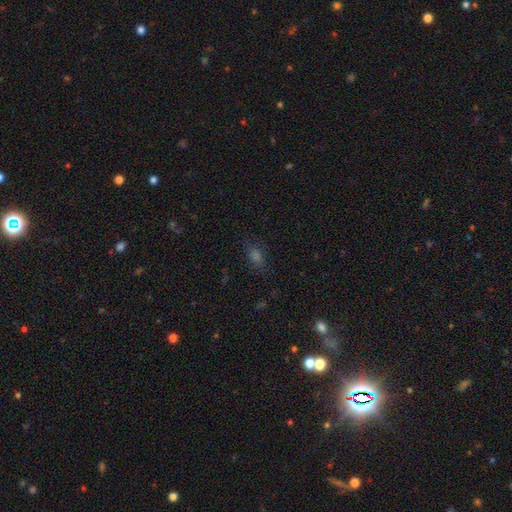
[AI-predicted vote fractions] Q: Smooth or featured?
A: smooth (59%); runner-up: star or artifact (31%)
Q: How rounded?
A: in between (78%); runner-up: round (18%)
Q: Merging?
A: none (81%); runner-up: minor disturbance (12%)